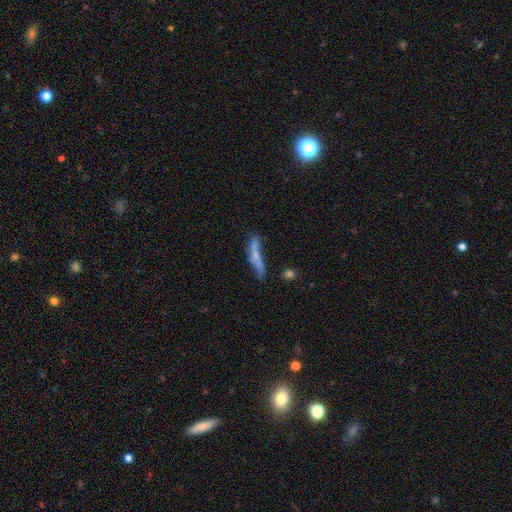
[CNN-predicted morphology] Smooth or featured? Predicted: smooth (p=0.48). Merging? Predicted: none (p=0.48).